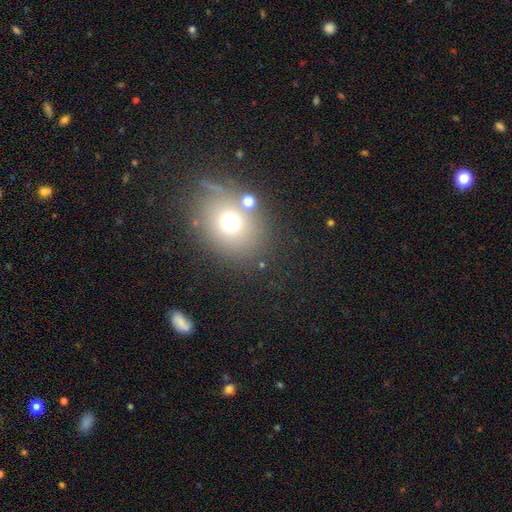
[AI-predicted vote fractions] Smooth or featured?
  - smooth: 56% *
  - star or artifact: 28%
  - featured or disk: 16%
How rounded?
  - round: 61% *
  - in between: 37%
  - cigar-shaped: 1%
Merging?
  - none: 76% *
  - minor disturbance: 12%
  - merger: 7%
  - major disturbance: 5%